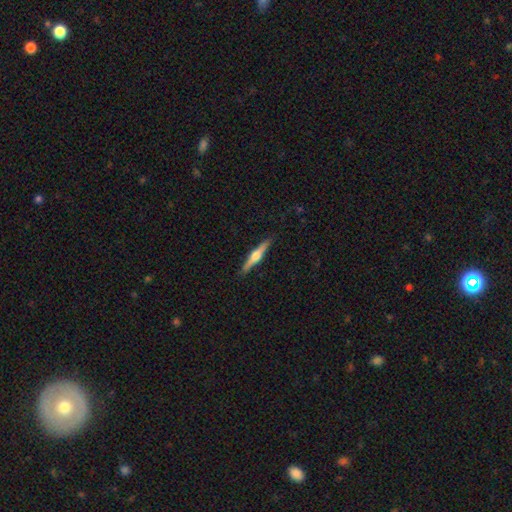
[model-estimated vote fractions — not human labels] The model was most divided on "smooth or featured": featured or disk: 70%, smooth: 25%, star or artifact: 5%. More confident: edge-on disk — yes (98%); edge-on bulge — rounded (93%); merging — none (90%).